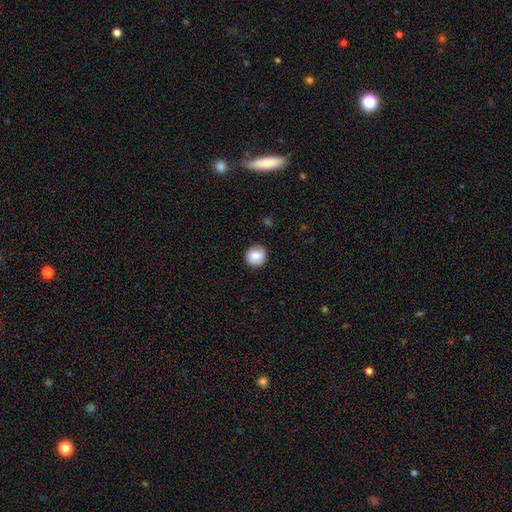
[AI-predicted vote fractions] This is clearly a smooth galaxy (81%). How rounded: clearly round (92%). Merging: clearly none (87%).